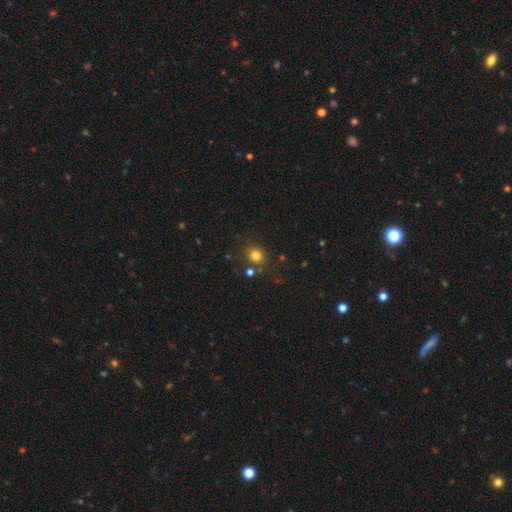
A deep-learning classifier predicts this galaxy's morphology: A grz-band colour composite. It shows a smooth galaxy with no disk features (79%) that is round (77%). Merging: none (79%).